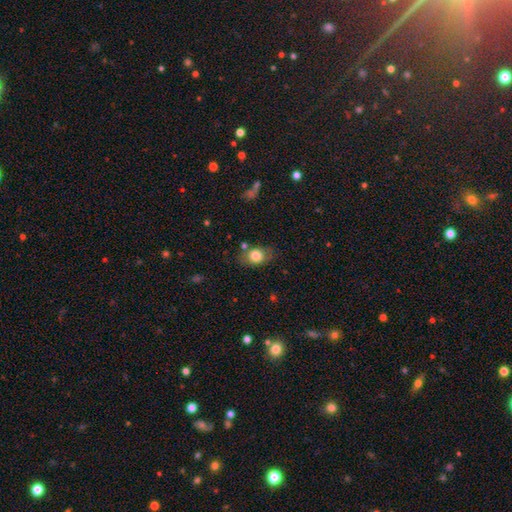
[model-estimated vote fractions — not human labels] Smooth or featured: smooth — 78% (featured or disk — 14%)
How rounded: in between — 67% (round — 31%)
Merging: none — 71% (minor disturbance — 19%)